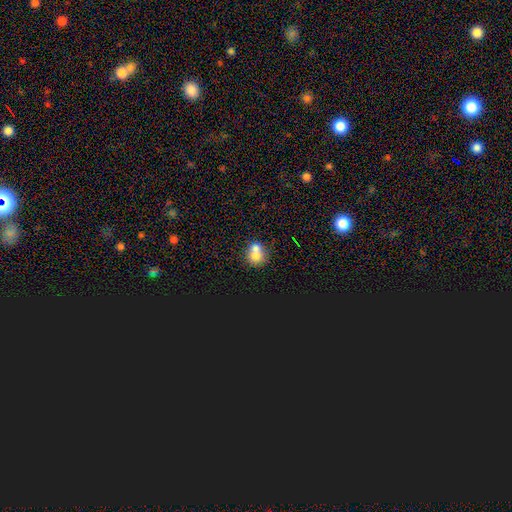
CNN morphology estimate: This is likely a smooth galaxy (66%). How rounded: likely round (76%). Merging: possibly merger (58%).